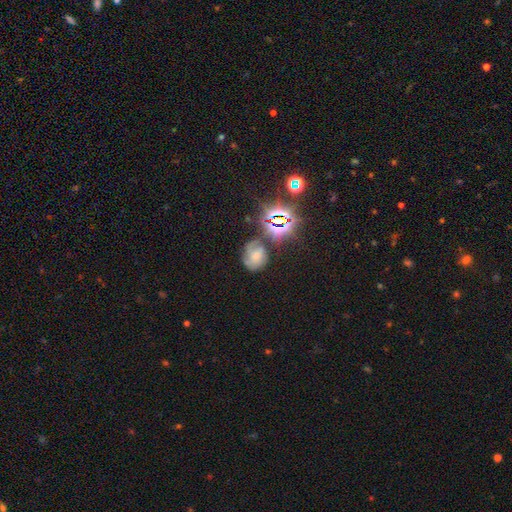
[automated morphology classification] smooth_or_featured: featured or disk (p=0.45) [alt: smooth p=0.31]
merging: none (p=0.54) [alt: minor disturbance p=0.24]